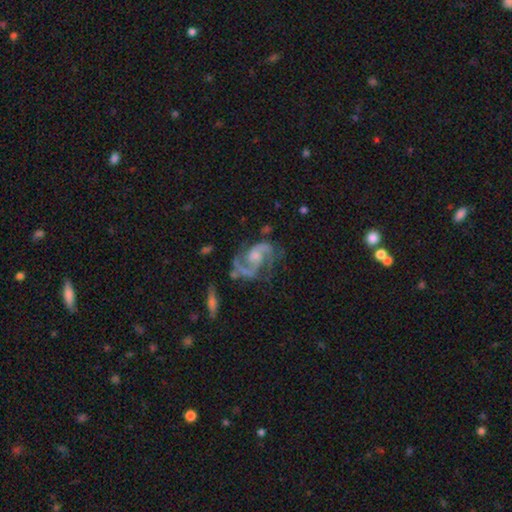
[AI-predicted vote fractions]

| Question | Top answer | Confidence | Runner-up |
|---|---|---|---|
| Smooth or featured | featured or disk | 90% | star or artifact (6%) |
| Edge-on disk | no | 97% | yes (3%) |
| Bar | no | 54% | weak (38%) |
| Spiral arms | yes | 97% | no (3%) |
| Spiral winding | medium | 58% | loose (25%) |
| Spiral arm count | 2 | 90% | can't tell (3%) |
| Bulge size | moderate | 42% | small (34%) |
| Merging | none | 60% | minor disturbance (20%) |